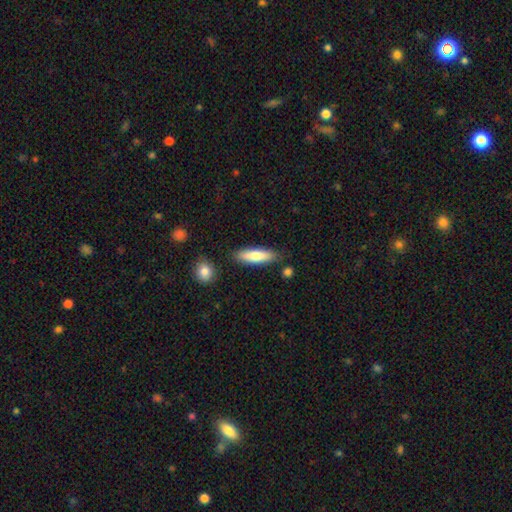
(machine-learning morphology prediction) A smooth galaxy with no disk features (77%) that is cigar-shaped (58%). Merging: none (83%).